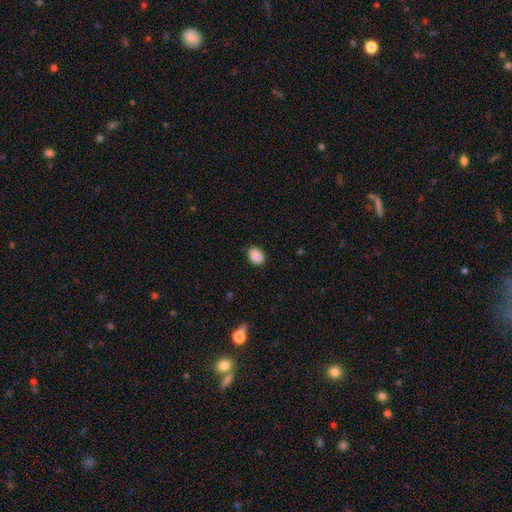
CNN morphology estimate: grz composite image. It shows a smooth galaxy with no disk features (87%) that is in between round and cigar-shaped (72%). Merging: none (81%).